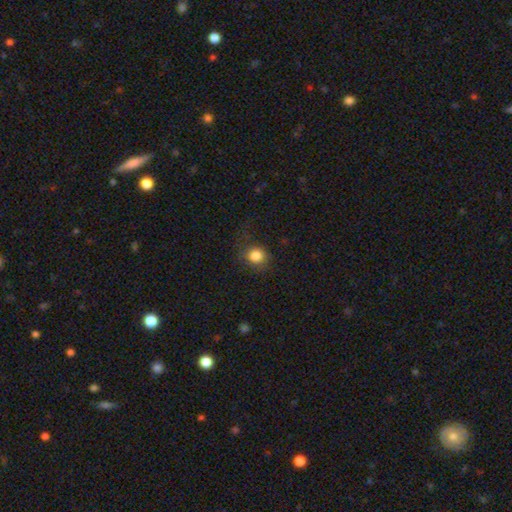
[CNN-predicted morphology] Smooth or featured: smooth — 84% (star or artifact — 11%)
How rounded: round — 82% (in between — 17%)
Merging: none — 74% (minor disturbance — 16%)